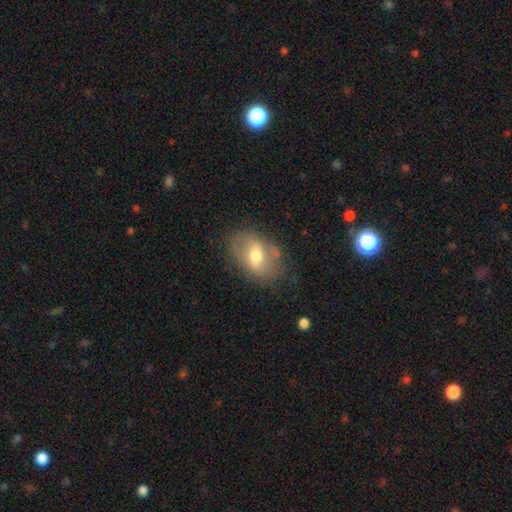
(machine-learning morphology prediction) Overall: smooth (52%; featured or disk 40%). How rounded: in between (80%). Merging: none (66%).